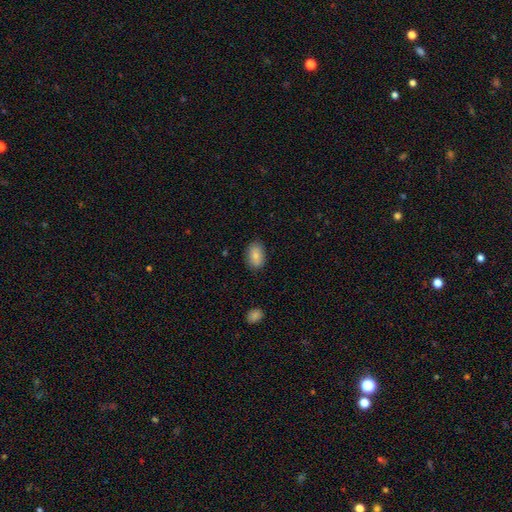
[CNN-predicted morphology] Q: Smooth or featured?
A: smooth (79%); runner-up: featured or disk (13%)
Q: How rounded?
A: in between (85%); runner-up: round (13%)
Q: Merging?
A: none (86%); runner-up: minor disturbance (11%)